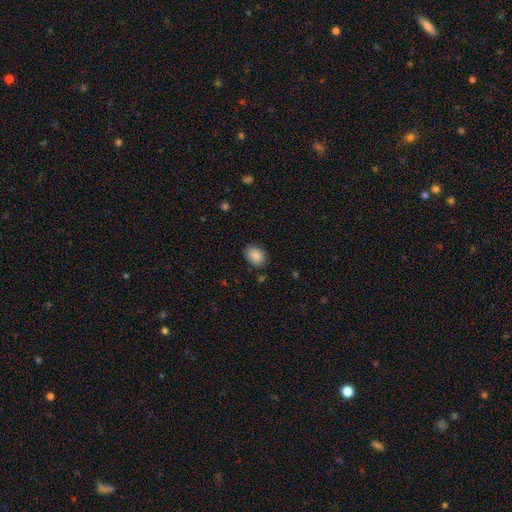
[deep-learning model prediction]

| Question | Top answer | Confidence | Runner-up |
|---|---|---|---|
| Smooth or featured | smooth | 88% | star or artifact (8%) |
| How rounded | in between | 63% | round (37%) |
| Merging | none | 83% | minor disturbance (13%) |